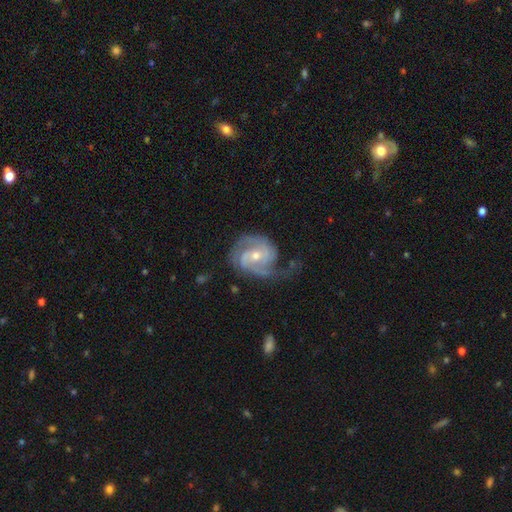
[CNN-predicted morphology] A featured or disk galaxy (90%) with no bar (43%), 2 (71%) medium (47%) spiral arms (97%) and a moderate central bulge (49%).

Vote fractions:
- Smooth or featured? featured or disk: 90% / smooth: 5% / star or artifact: 5%
- Edge-on disk? no: 97% / yes: 3%
- Bar? no: 43% / weak: 40% / strong: 17%
- Spiral arms? yes: 97% / no: 3%
- Spiral winding? medium: 47% / tight: 40% / loose: 13%
- Spiral arm count? 2: 71% / 3: 13% / can't tell: 7% / 1: 4% / 4: 2% / more than 4: 2%
- Bulge size? moderate: 49% / small: 48% / large: 1% / none: 1% / dominant: 1%
- Merging? none: 59% / minor disturbance: 23% / major disturbance: 16% / merger: 2%